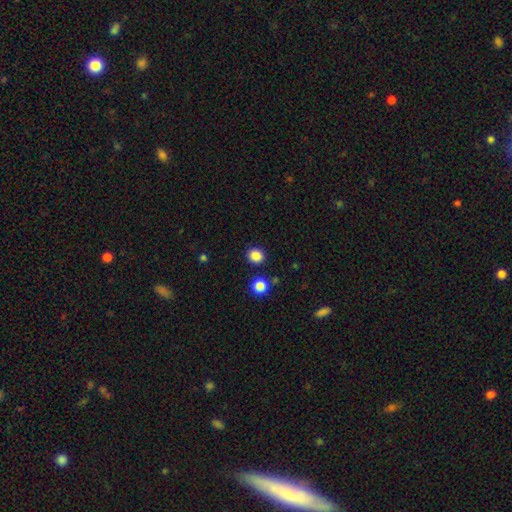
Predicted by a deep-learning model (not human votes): Smooth or featured?
  - smooth: 85% *
  - star or artifact: 11%
  - featured or disk: 3%
How rounded?
  - round: 81% *
  - in between: 18%
  - cigar-shaped: 1%
Merging?
  - none: 88% *
  - minor disturbance: 6%
  - merger: 3%
  - major disturbance: 2%